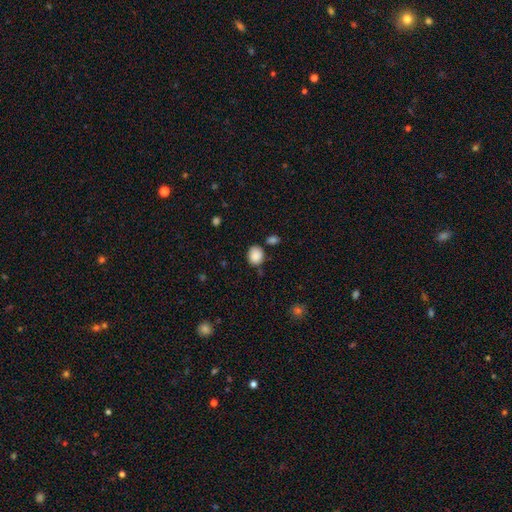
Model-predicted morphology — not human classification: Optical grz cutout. It shows a smooth galaxy with no disk features (88%) that is round (66%). Merging: none (72%).